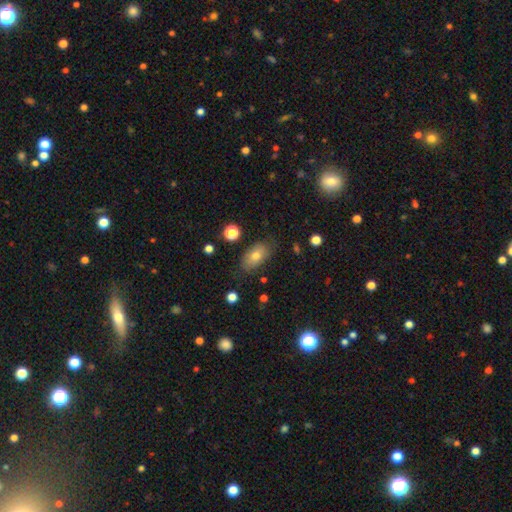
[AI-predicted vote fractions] This appears to be a smooth galaxy with no disk features (70%) that is in between round and cigar-shaped (88%). Merging: none (78%).